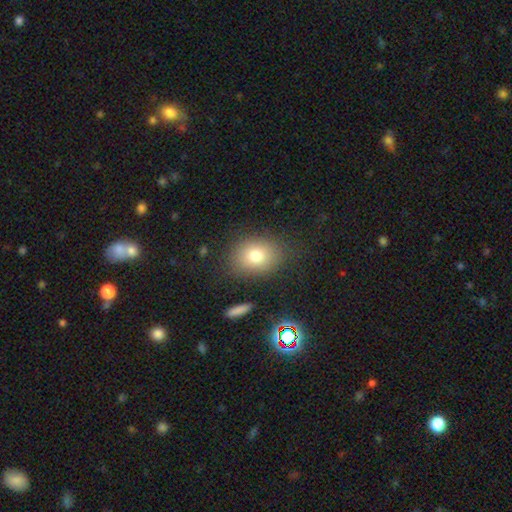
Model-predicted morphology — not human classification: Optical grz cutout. It shows a smooth galaxy with no disk features (76%) that is in between round and cigar-shaped (59%). Merging: none (80%).